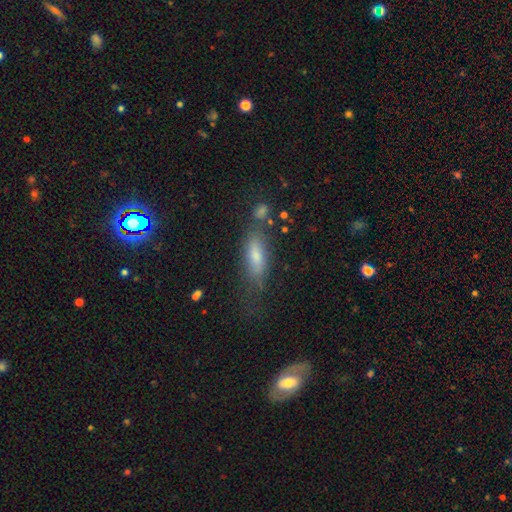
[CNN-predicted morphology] A smooth galaxy with no disk features (64%) that is in between round and cigar-shaped (53%). Merging: none (60%).